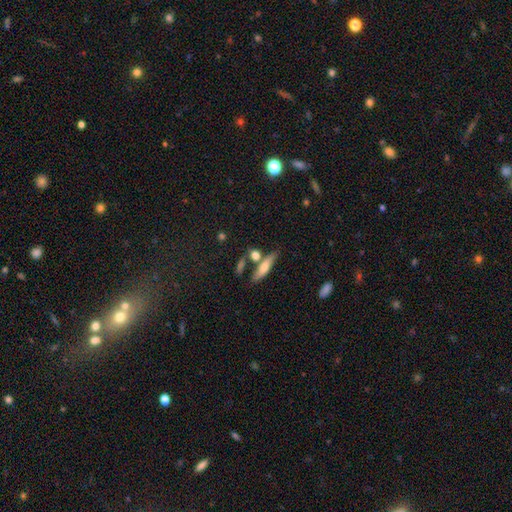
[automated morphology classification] This is likely a smooth galaxy (65%). How rounded: marginally cigar-shaped (41%). Merging: possibly none (60%).